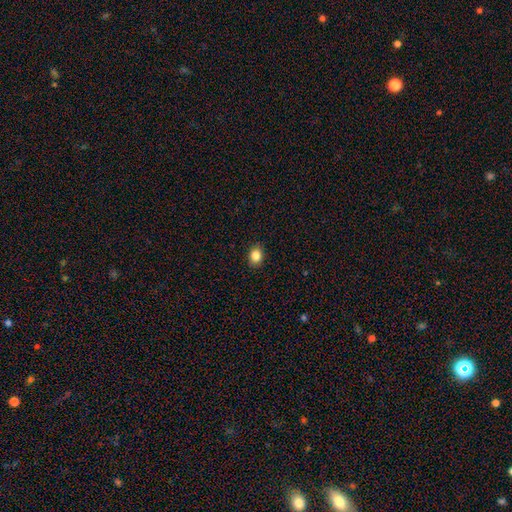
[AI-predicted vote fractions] A smooth galaxy with no disk features (85%) that is in between round and cigar-shaped (60%). Merging: none (90%).